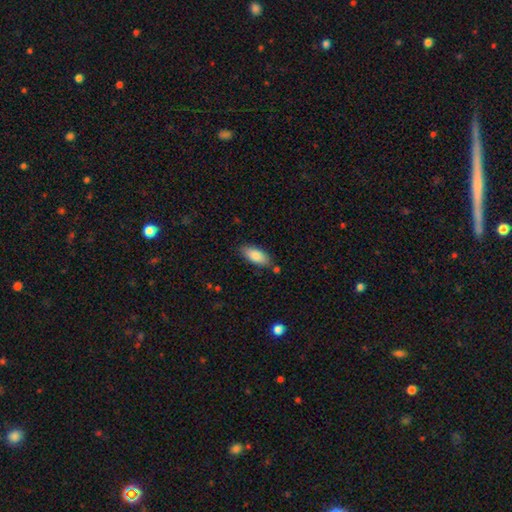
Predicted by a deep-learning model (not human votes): smooth_or_featured: smooth (p=0.84) [alt: featured or disk p=0.09]
how_rounded: in between (p=0.88) [alt: cigar-shaped p=0.10]
merging: none (p=0.79) [alt: minor disturbance p=0.14]